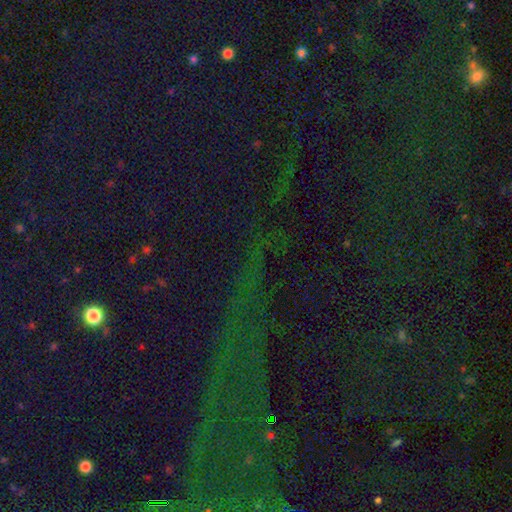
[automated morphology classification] Smooth or featured? star or artifact (79%)